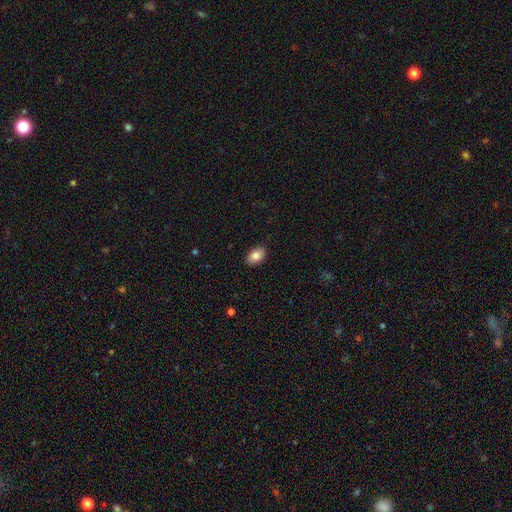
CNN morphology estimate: smooth 86%, star or artifact 7%, featured or disk 7%. Down the decision tree: how rounded — in between (89%); merging — none (89%).